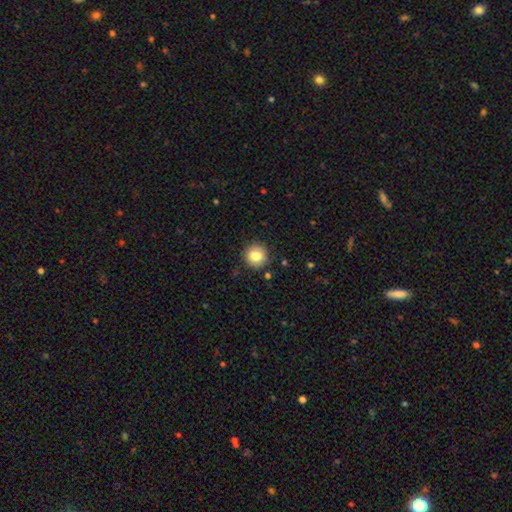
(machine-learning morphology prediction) Overall: smooth (82%). How rounded: round (94%). Merging: none (90%).